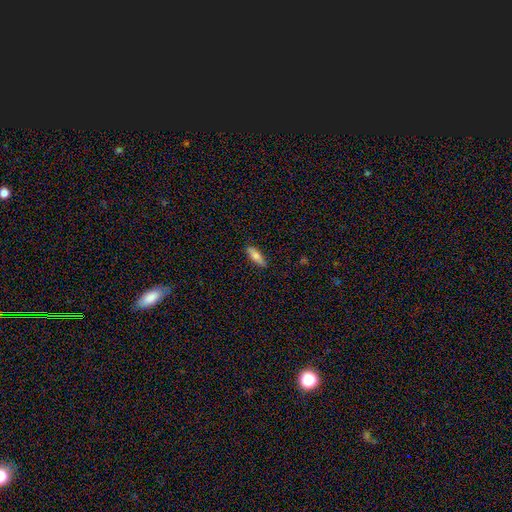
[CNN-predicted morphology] Smooth or featured? smooth (74%)
How rounded? in between (56%)
Merging? none (87%)